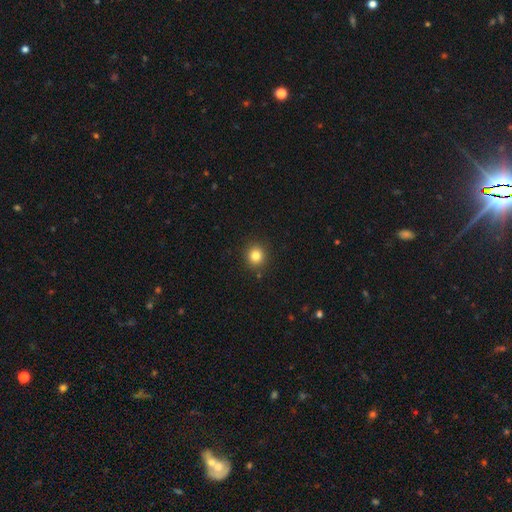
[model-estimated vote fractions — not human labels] Overall: smooth (82%). How rounded: round (90%). Merging: none (90%).